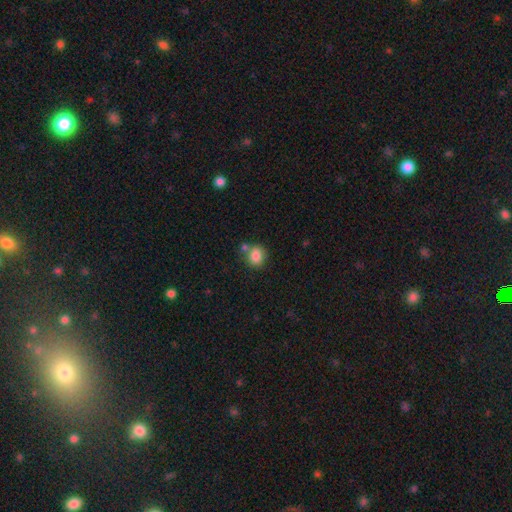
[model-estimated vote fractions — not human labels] This is clearly a smooth galaxy (84%). How rounded: likely round (65%). Merging: likely none (65%).